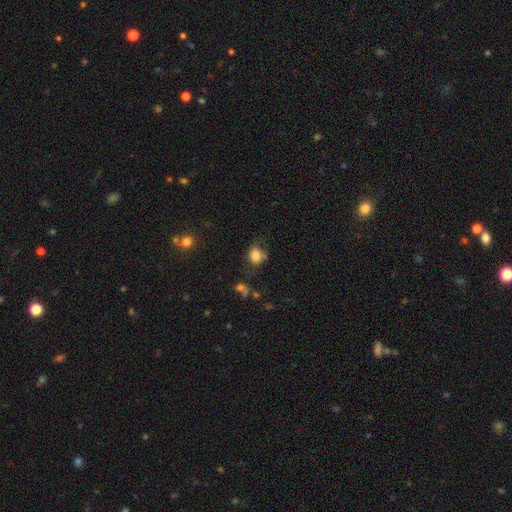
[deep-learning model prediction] Smooth or featured? smooth (78%)
How rounded? round (52%)
Merging? none (50%)